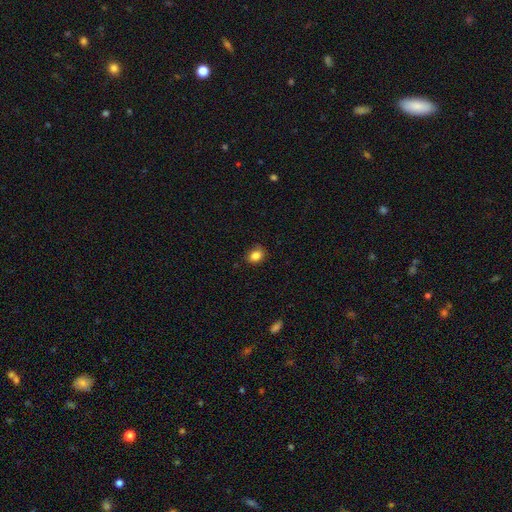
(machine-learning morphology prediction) Smooth or featured? Predicted: smooth (p=0.84). How rounded? Predicted: round (p=0.54). Merging? Predicted: none (p=0.81).